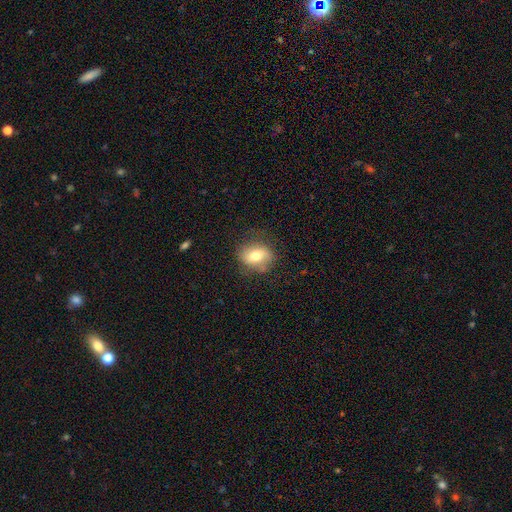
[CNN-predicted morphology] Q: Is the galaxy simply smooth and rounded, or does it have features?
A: smooth — 61%.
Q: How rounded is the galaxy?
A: in between — 56%.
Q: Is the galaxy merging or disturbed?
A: none — 71%.